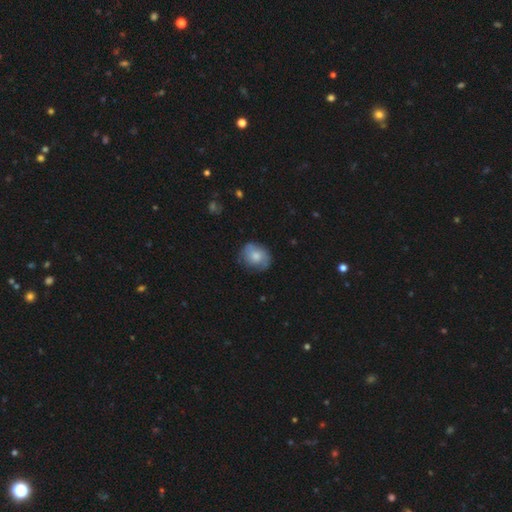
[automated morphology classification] Smooth or featured? Predicted: smooth (p=0.63). How rounded? Predicted: round (p=0.64). Merging? Predicted: none (p=0.71).